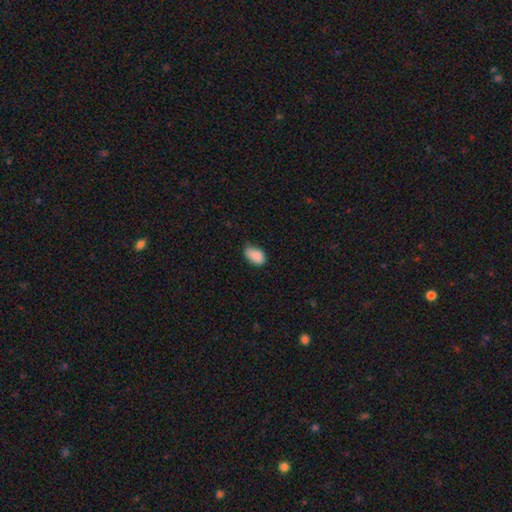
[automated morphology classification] type=smooth (87%); roundness=in between (90%); merging=none (55%).